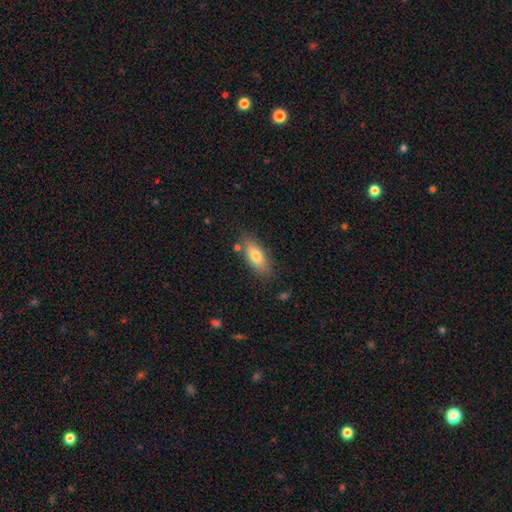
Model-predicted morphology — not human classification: Smooth or featured? smooth (76%)
How rounded? in between (81%)
Merging? none (79%)